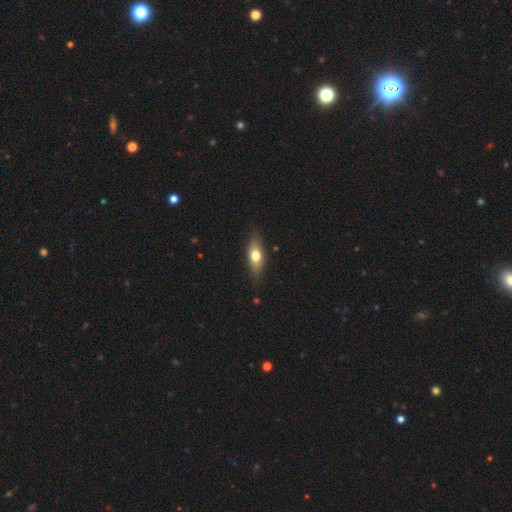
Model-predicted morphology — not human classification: Smooth or featured? smooth (65%)
How rounded? in between (67%)
Merging? none (83%)